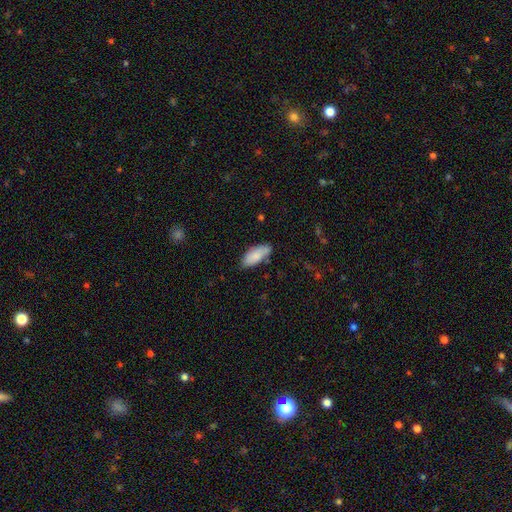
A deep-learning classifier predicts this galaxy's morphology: Smooth or featured?
  - smooth: 83% *
  - featured or disk: 10%
  - star or artifact: 6%
How rounded?
  - in between: 85% *
  - cigar-shaped: 13%
  - round: 2%
Merging?
  - none: 73% *
  - minor disturbance: 20%
  - merger: 3%
  - major disturbance: 3%